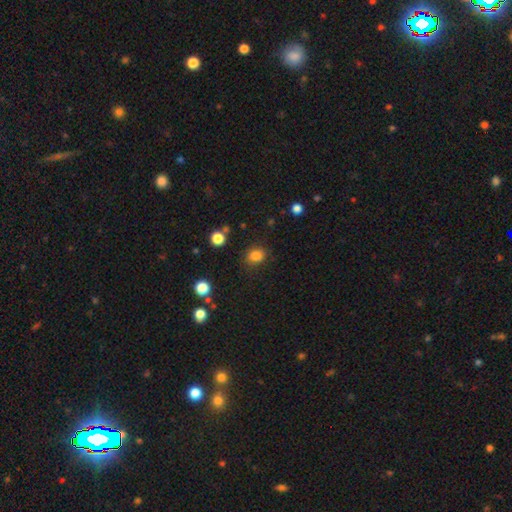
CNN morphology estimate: Smooth or featured?
  - smooth: 83% *
  - star or artifact: 12%
  - featured or disk: 5%
How rounded?
  - round: 59% *
  - in between: 40%
  - cigar-shaped: 1%
Merging?
  - none: 82% *
  - minor disturbance: 12%
  - major disturbance: 4%
  - merger: 2%